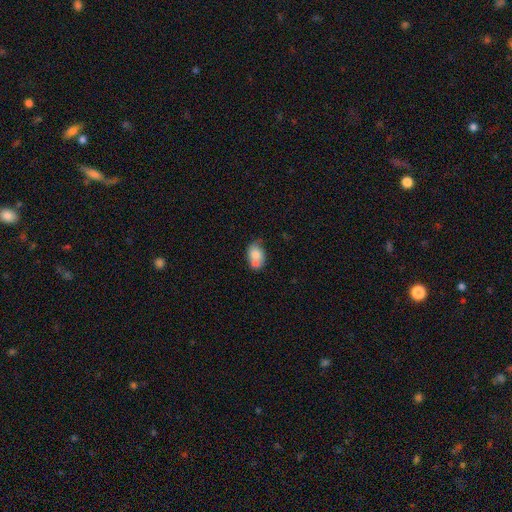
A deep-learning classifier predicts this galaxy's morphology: type=smooth (70%); roundness=in between (69%); merging=merger (51%).